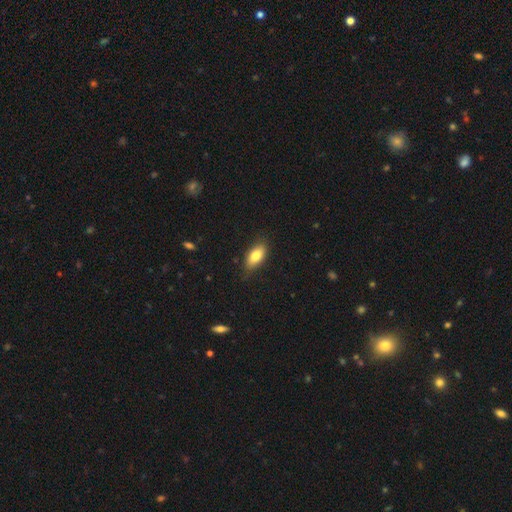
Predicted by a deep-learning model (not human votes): smooth 81%, featured or disk 12%, star or artifact 7%. Down the decision tree: how rounded — in between (88%); merging — none (81%).